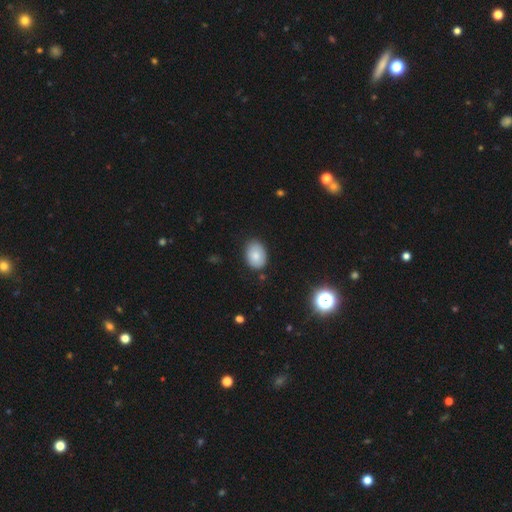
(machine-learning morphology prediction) smooth 82%, featured or disk 10%, star or artifact 8%. Down the decision tree: how rounded — in between (78%); merging — none (81%).